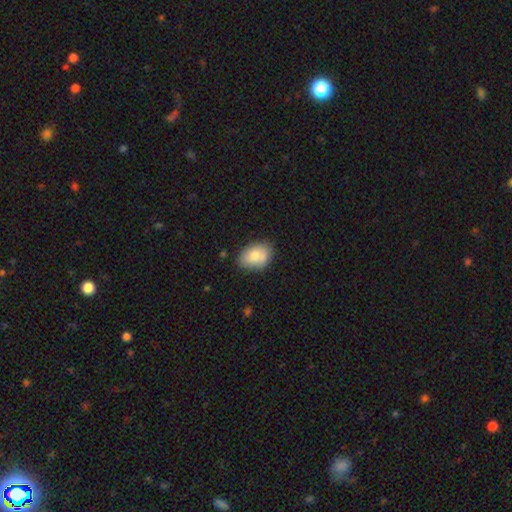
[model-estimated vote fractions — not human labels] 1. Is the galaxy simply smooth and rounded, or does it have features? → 78% smooth, 15% featured or disk, 7% star or artifact.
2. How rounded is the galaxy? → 84% in between, 15% round, 1% cigar-shaped.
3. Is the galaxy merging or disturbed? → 73% none, 20% minor disturbance, 4% merger, 4% major disturbance.